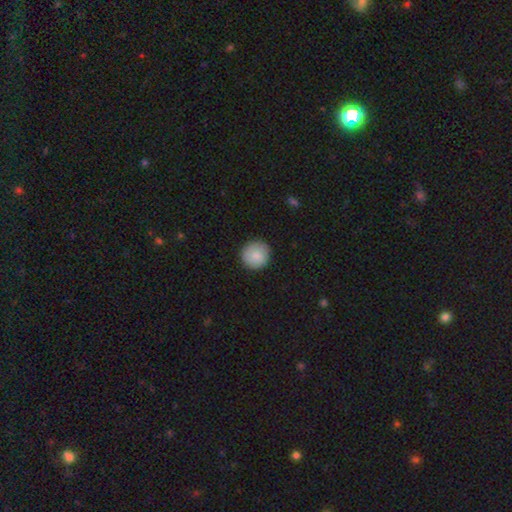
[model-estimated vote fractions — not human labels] Smooth or featured? smooth (86%)
How rounded? round (94%)
Merging? none (89%)